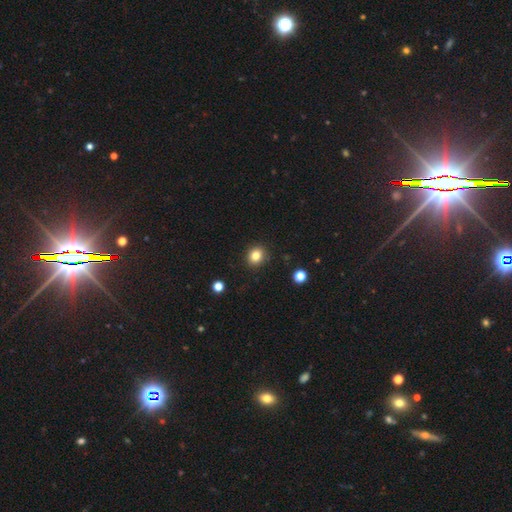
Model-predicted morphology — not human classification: smooth 83%, star or artifact 12%, featured or disk 6%. Down the decision tree: how rounded — round (76%); merging — none (90%).